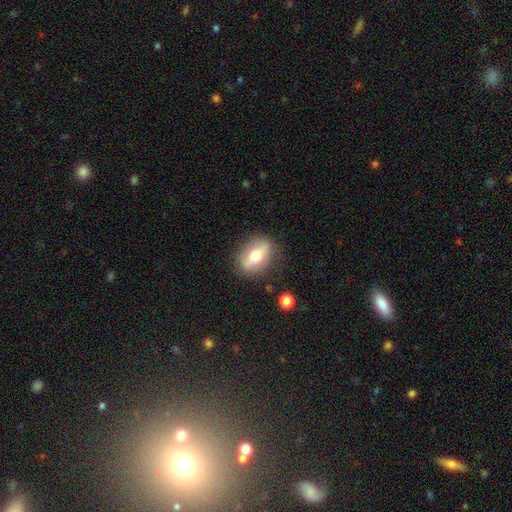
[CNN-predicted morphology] A smooth galaxy with no disk features (55%) that is in between round and cigar-shaped (75%). Merging: none (78%).